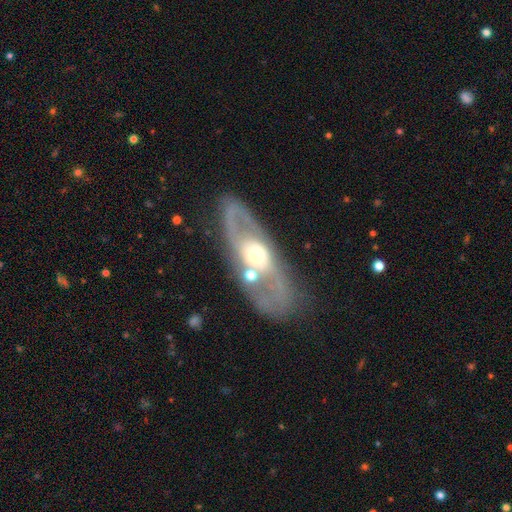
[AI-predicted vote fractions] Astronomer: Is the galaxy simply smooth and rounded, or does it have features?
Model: featured or disk — 77%.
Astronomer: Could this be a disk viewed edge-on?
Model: no — 86%.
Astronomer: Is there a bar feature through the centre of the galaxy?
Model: no — 75%.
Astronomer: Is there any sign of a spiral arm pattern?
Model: yes — 59% (runner-up: no, 41%).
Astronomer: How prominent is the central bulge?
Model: moderate — 61%.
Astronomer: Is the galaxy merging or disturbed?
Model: none — 72%.